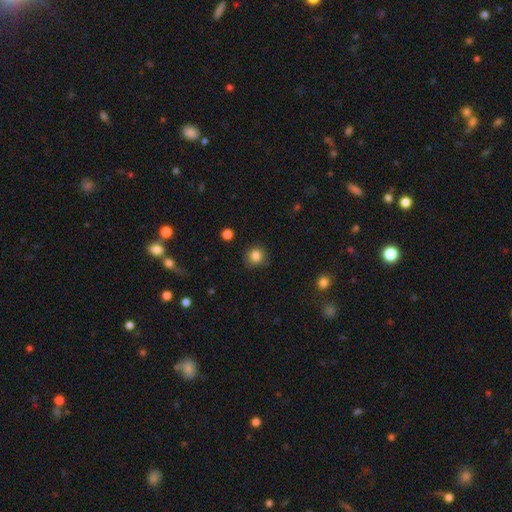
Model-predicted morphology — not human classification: A smooth galaxy with no disk features (84%) that is round (89%).

Vote fractions:
- Smooth or featured? smooth: 84% / star or artifact: 11% / featured or disk: 5%
- How rounded? round: 89% / in between: 11% / cigar-shaped: 1%
- Merging? none: 84% / minor disturbance: 11% / major disturbance: 3% / merger: 1%